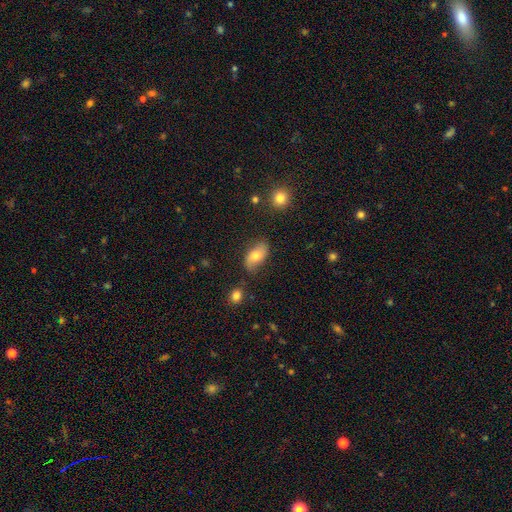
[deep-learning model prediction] A smooth galaxy with no disk features (63%) that is in between round and cigar-shaped (91%).

Vote fractions:
- Smooth or featured? smooth: 63% / featured or disk: 29% / star or artifact: 8%
- How rounded? in between: 91% / round: 5% / cigar-shaped: 3%
- Merging? none: 71% / minor disturbance: 21% / major disturbance: 5% / merger: 3%